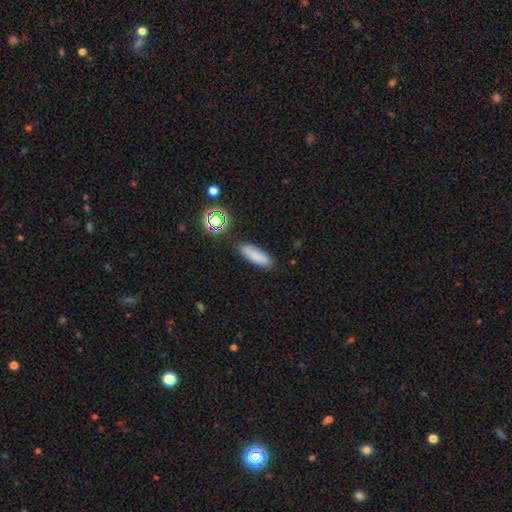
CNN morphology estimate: smooth_or_featured: smooth (p=0.81) [alt: star or artifact p=0.11]
how_rounded: in between (p=0.50) [alt: cigar-shaped p=0.47]
merging: none (p=0.84) [alt: minor disturbance p=0.11]